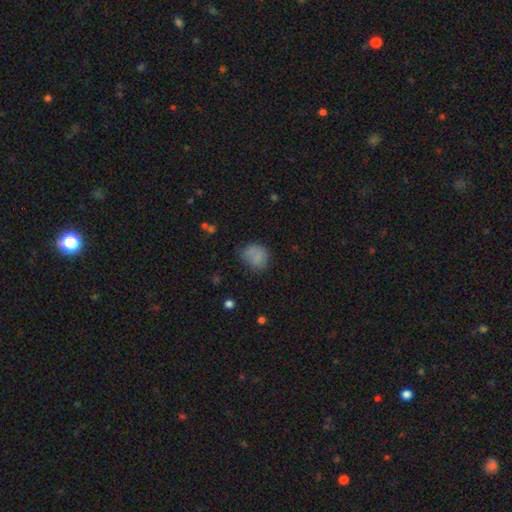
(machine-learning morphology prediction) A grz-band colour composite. It shows a smooth galaxy with no disk features (79%) that is round (69%). Merging: none (62%).